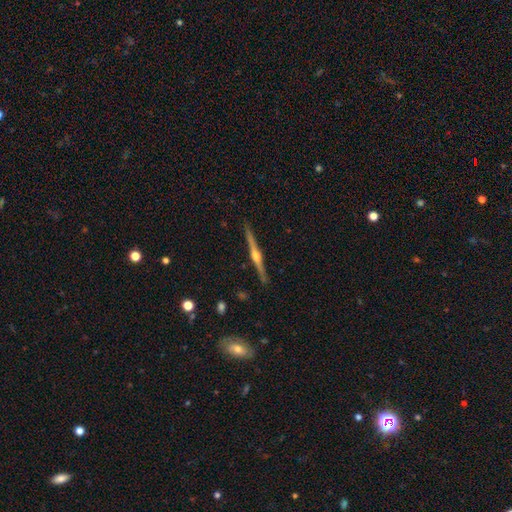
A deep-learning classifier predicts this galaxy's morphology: This appears to be a featured or disk galaxy (83%) viewed edge-on (99%) with a rounded central bulge (93%). Merging: none (91%).